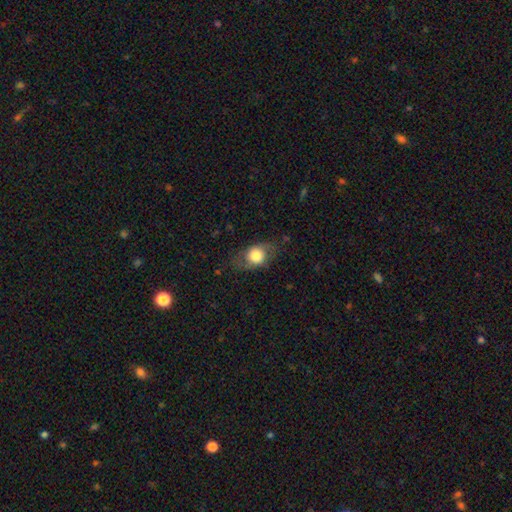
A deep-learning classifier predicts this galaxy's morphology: Q: Smooth or featured?
A: smooth (67%); runner-up: featured or disk (25%)
Q: How rounded?
A: in between (59%); runner-up: round (39%)
Q: Merging?
A: none (70%); runner-up: minor disturbance (19%)